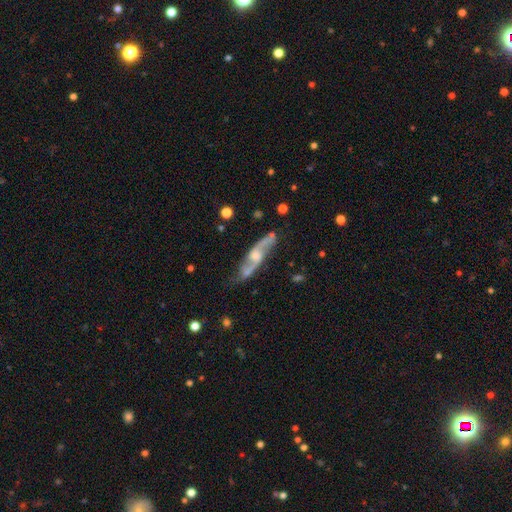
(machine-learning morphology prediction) Overall: featured or disk (82%). Edge-on disk: no (77%). Bar: no (50%; weak 40%). Spiral arms: yes (93%). Spiral arm count: 2 (90%). Spiral winding: loose (66%; medium 27%). Bulge size: moderate (46%; small 38%). Merging: none (67%).